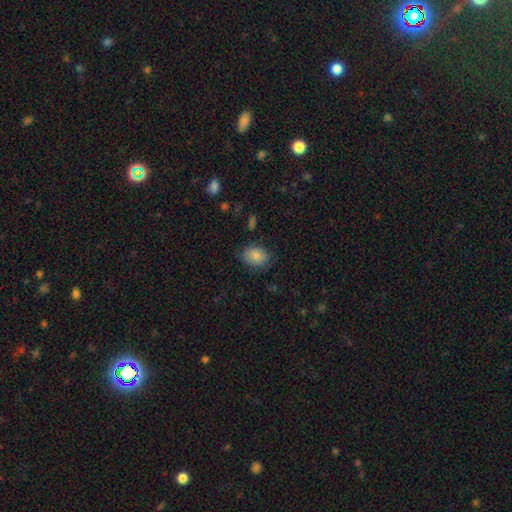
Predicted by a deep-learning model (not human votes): Smooth or featured: smooth — 84% (star or artifact — 8%)
How rounded: in between — 67% (round — 32%)
Merging: none — 76% (minor disturbance — 18%)